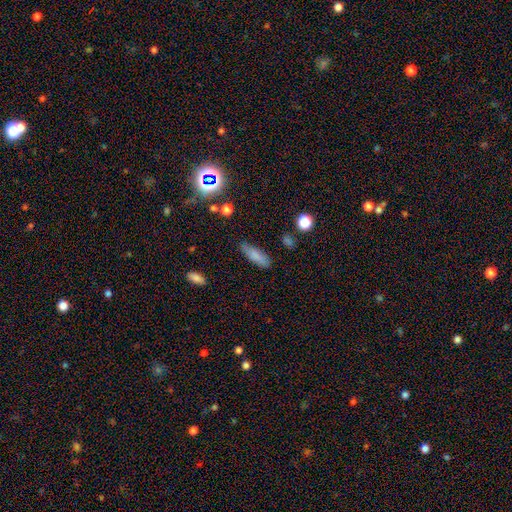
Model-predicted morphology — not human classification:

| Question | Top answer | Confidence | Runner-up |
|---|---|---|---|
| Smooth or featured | smooth | 81% | featured or disk (11%) |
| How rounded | in between | 49% | tied: cigar-shaped (49%) |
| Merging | none | 76% | minor disturbance (18%) |